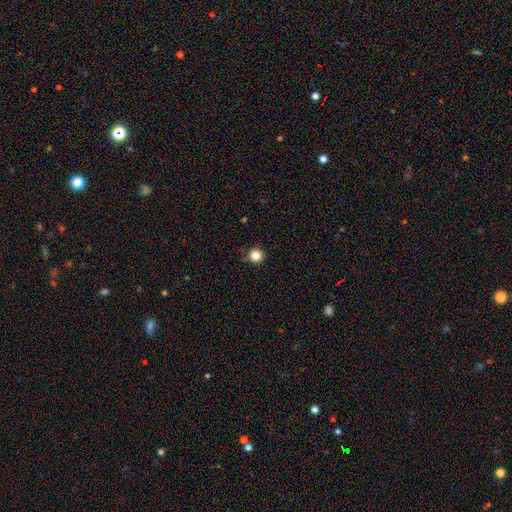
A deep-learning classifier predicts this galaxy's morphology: This appears to be a smooth galaxy with no disk features (84%) that is round (96%). Merging: none (90%).